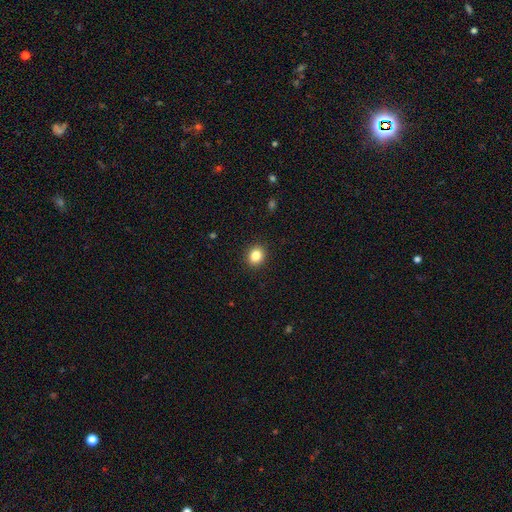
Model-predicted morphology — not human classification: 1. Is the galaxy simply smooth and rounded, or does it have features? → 84% smooth, 10% star or artifact, 6% featured or disk.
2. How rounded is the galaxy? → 71% round, 28% in between, 1% cigar-shaped.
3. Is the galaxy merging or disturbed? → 91% none, 6% minor disturbance, 2% major disturbance, 1% merger.